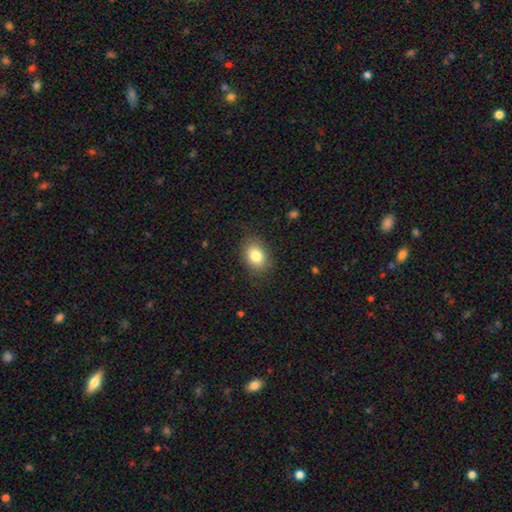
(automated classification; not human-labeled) A smooth galaxy with no disk features (82%) that is in between round and cigar-shaped (73%). Merging: none (83%).